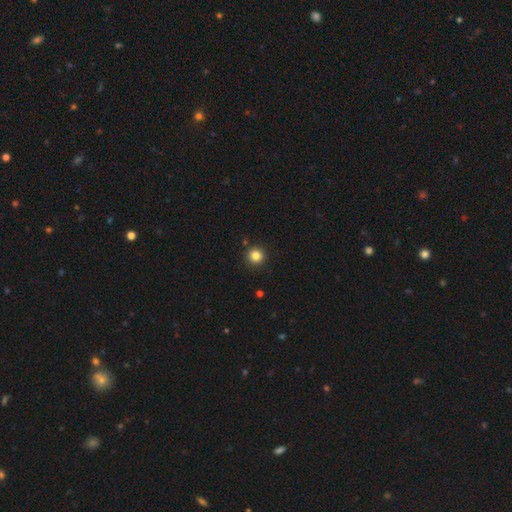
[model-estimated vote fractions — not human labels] This is clearly a smooth galaxy (83%). How rounded: clearly round (95%). Merging: clearly none (91%).